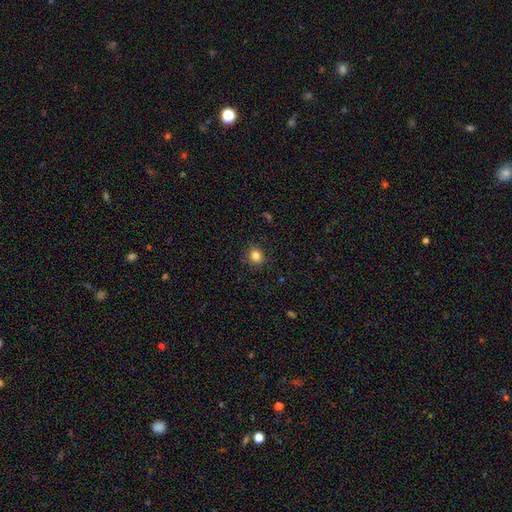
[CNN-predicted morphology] A smooth galaxy with no disk features (84%) that is round (82%). Merging: none (88%).